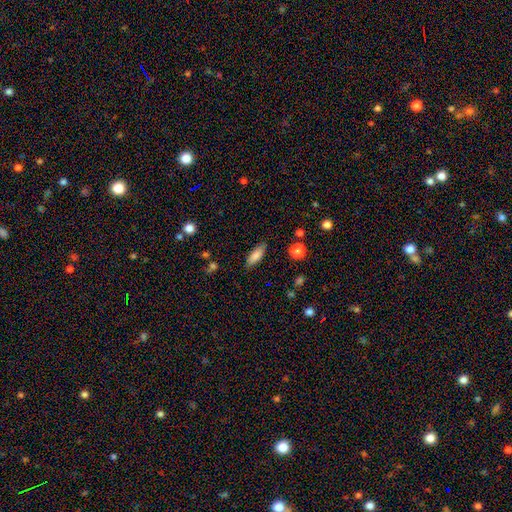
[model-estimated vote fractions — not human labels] Smooth or featured? smooth (82%)
How rounded? in between (61%)
Merging? none (84%)